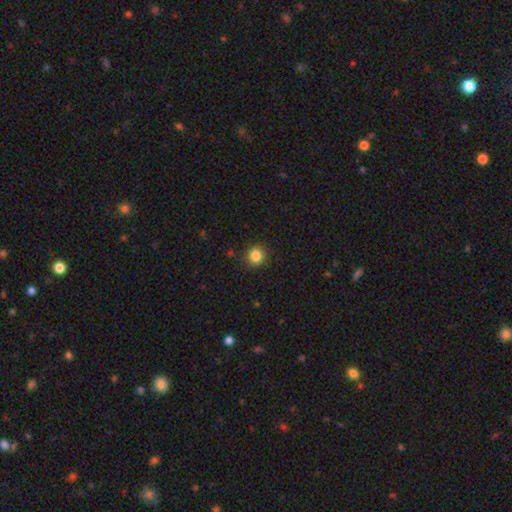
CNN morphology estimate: This is clearly a smooth galaxy (85%). How rounded: clearly round (86%). Merging: clearly none (89%).